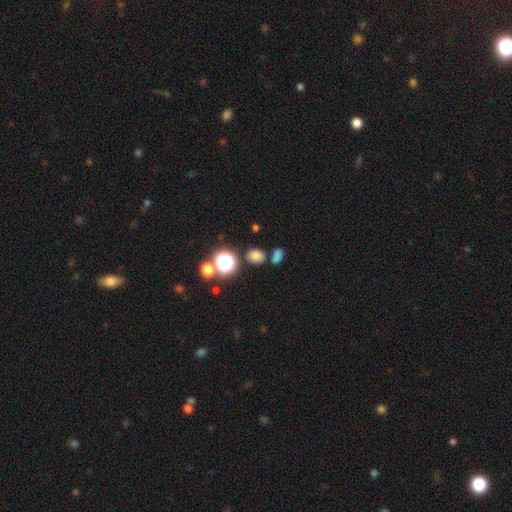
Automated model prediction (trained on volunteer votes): A smooth galaxy with no disk features (73%) that is in between round and cigar-shaped (50%). Merging: none (74%).